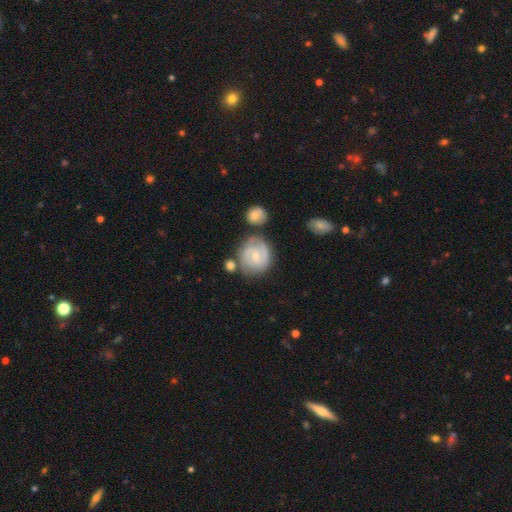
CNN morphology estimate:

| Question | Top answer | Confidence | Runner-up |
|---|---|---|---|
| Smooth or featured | featured or disk | 69% | smooth (25%) |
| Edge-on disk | no | 98% | yes (2%) |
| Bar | no | 50% | weak (43%) |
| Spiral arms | yes | 89% | no (11%) |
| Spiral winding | tight | 56% | medium (35%) |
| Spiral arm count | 2 | 58% | can't tell (21%) |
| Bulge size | small | 57% | moderate (39%) |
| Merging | none | 63% | minor disturbance (19%) |